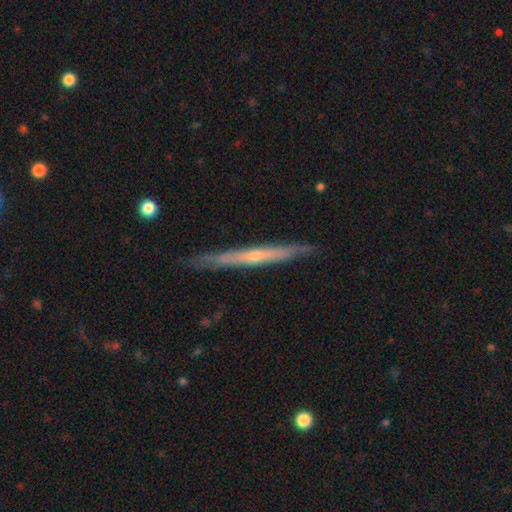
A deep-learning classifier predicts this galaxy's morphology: A featured or disk galaxy (66%) viewed edge-on (96%) with a rounded central bulge (52%). Merging: none (87%).